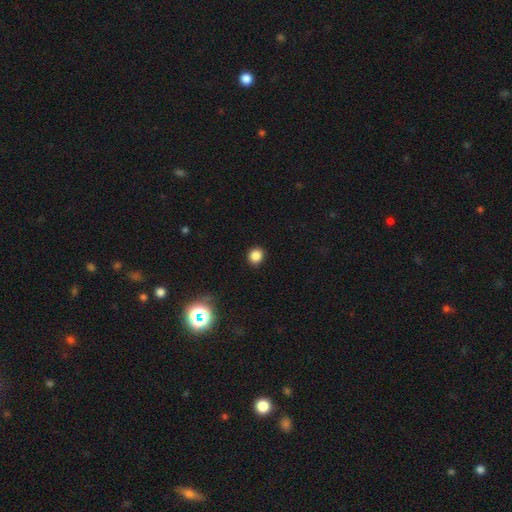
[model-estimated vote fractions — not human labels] Q: Smooth or featured?
A: smooth (85%); runner-up: star or artifact (12%)
Q: How rounded?
A: round (78%); runner-up: in between (21%)
Q: Merging?
A: none (89%); runner-up: minor disturbance (8%)